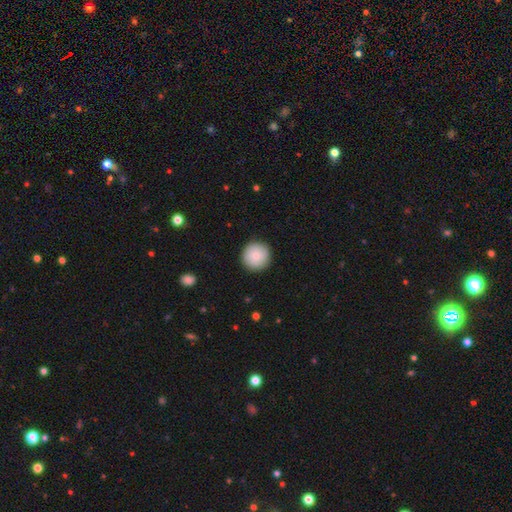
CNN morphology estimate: Smooth or featured? Predicted: smooth (p=0.81). How rounded? Predicted: round (p=0.95). Merging? Predicted: none (p=0.90).